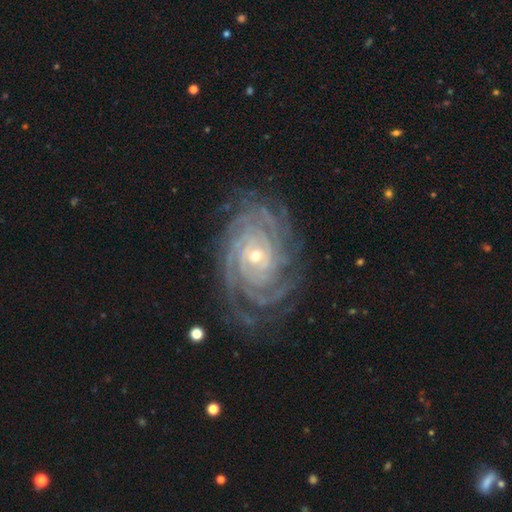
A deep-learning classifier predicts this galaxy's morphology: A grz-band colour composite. It shows a featured or disk galaxy (91%) with no bar (68%), more than 4 (26%) tight (84%) spiral arms (98%) and a small central bulge (65%). Merging: none (79%).